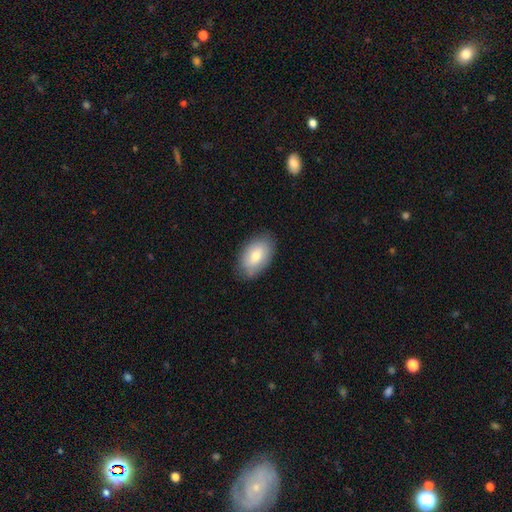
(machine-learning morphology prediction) smooth 73%, featured or disk 21%, star or artifact 7%. Down the decision tree: how rounded — in between (92%); merging — none (82%).